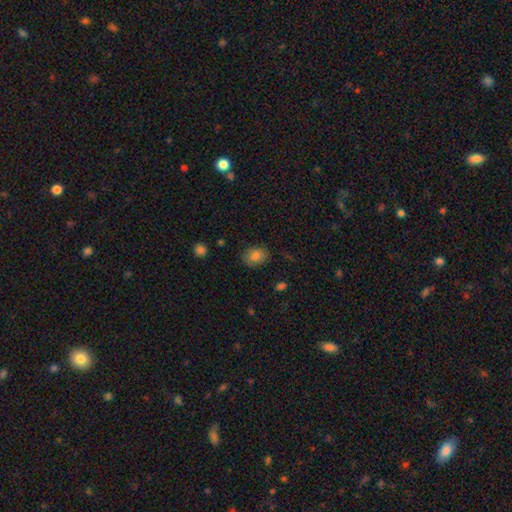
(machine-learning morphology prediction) Smooth or featured? smooth (82%)
How rounded? in between (61%)
Merging? none (81%)